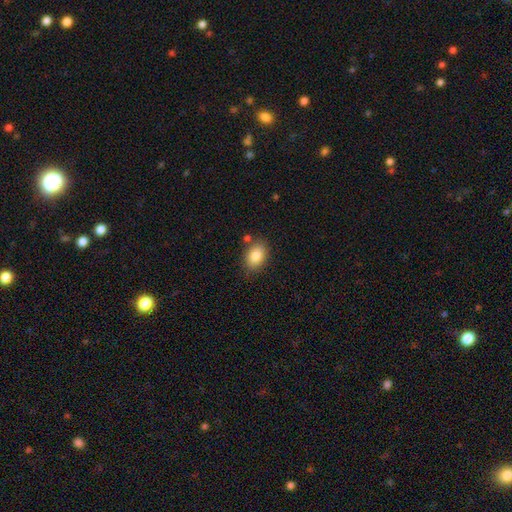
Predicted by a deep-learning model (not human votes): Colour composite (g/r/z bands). It shows a smooth galaxy with no disk features (84%) that is in between round and cigar-shaped (80%). Merging: none (78%).